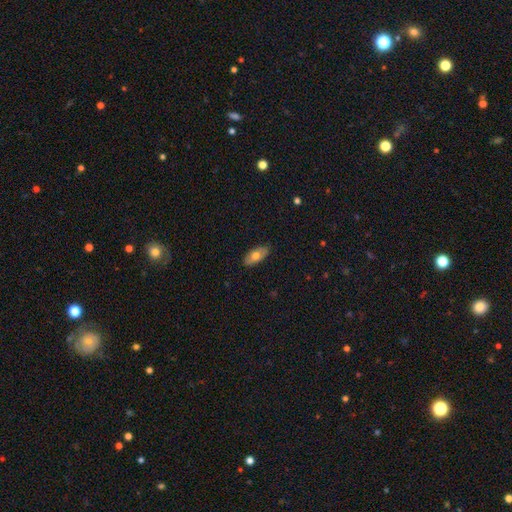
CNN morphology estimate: A smooth galaxy with no disk features (64%) that is in between round and cigar-shaped (90%).

Vote fractions:
- Smooth or featured? smooth: 64% / featured or disk: 30% / star or artifact: 6%
- How rounded? in between: 90% / cigar-shaped: 7% / round: 3%
- Merging? none: 86% / minor disturbance: 11% / major disturbance: 2% / merger: 1%